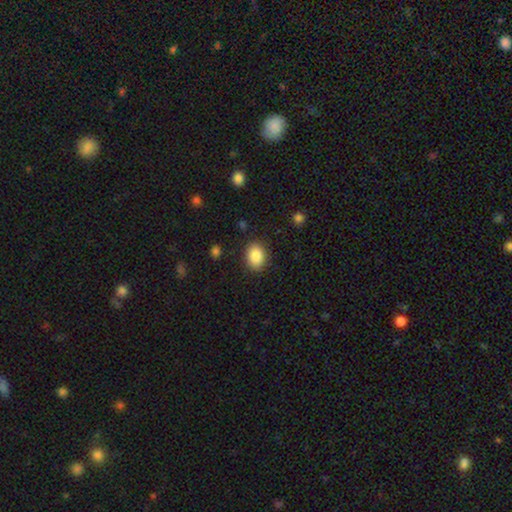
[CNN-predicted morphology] smooth 88%, star or artifact 8%, featured or disk 4%. Down the decision tree: how rounded — in between (70%); merging — none (86%).